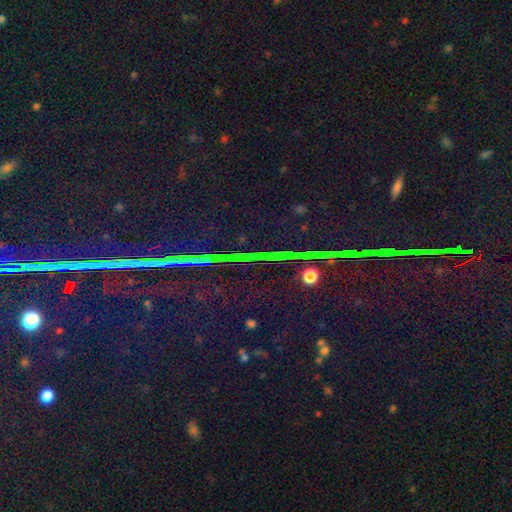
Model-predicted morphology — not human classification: smooth-or-featured: star or artifact: 83% | smooth: 9% | featured or disk: 8%